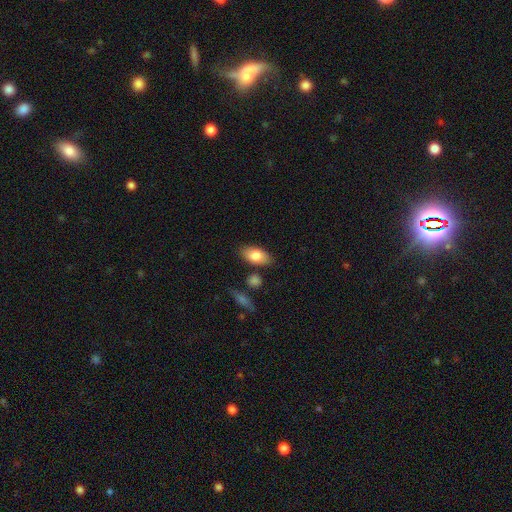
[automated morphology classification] smooth_or_featured: smooth (p=0.81) [alt: featured or disk p=0.13]
how_rounded: in between (p=0.91) [alt: cigar-shaped p=0.05]
merging: none (p=0.81) [alt: minor disturbance p=0.12]